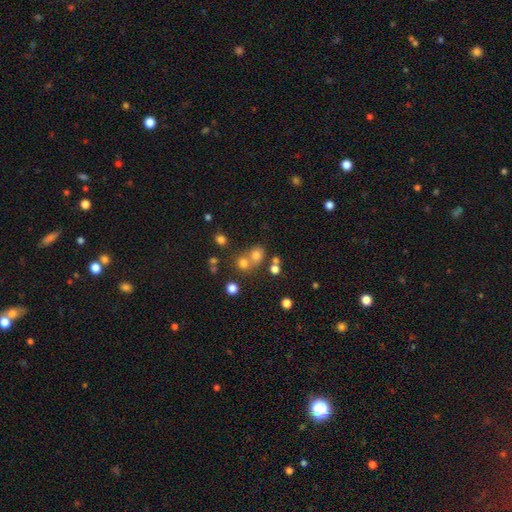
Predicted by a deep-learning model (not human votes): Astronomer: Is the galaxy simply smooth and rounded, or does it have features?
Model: smooth — 65%.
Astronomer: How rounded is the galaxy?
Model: round — 73%.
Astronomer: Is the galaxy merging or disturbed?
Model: none — 48% (runner-up: merger, 39%).